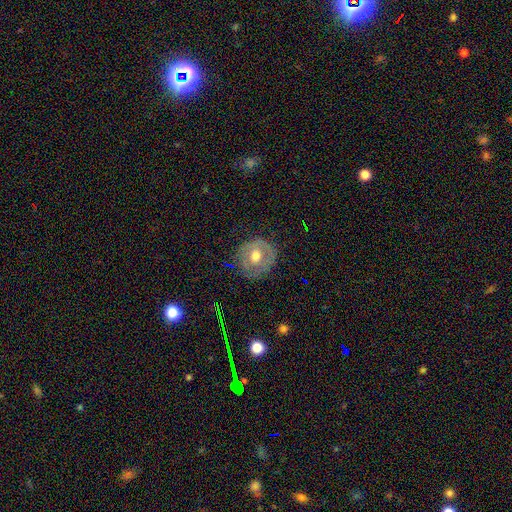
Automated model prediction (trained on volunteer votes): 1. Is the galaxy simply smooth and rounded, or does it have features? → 51% featured or disk, 40% smooth, 9% star or artifact.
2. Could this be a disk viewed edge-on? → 95% no, 5% yes.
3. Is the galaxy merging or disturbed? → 72% none, 19% minor disturbance, 8% major disturbance, 1% merger.